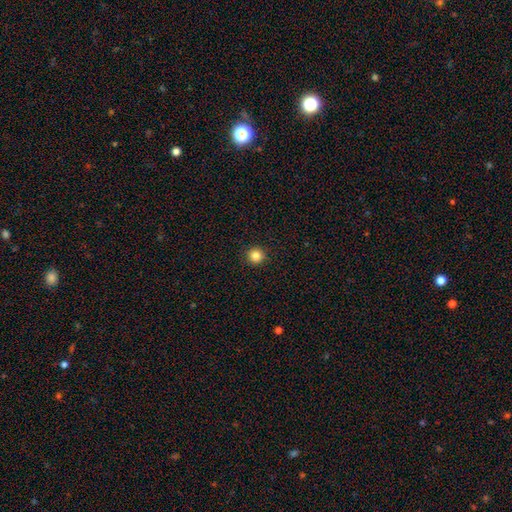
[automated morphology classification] Smooth or featured?
  - smooth: 84% *
  - star or artifact: 12%
  - featured or disk: 5%
How rounded?
  - round: 96% *
  - in between: 3%
  - cigar-shaped: 1%
Merging?
  - none: 93% *
  - minor disturbance: 4%
  - major disturbance: 2%
  - merger: 1%